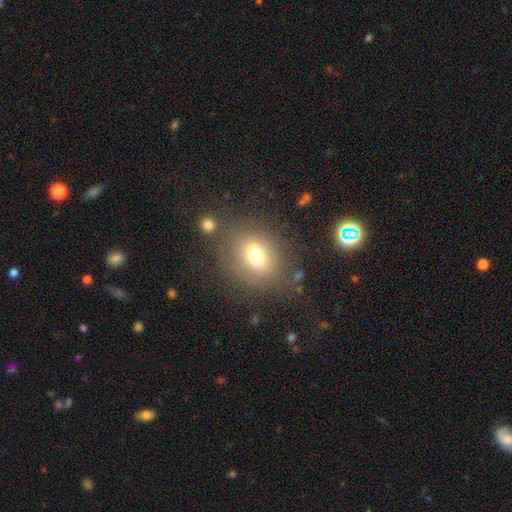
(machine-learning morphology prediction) This appears to be a smooth galaxy with no disk features (69%) that is round (60%). Merging: none (73%).